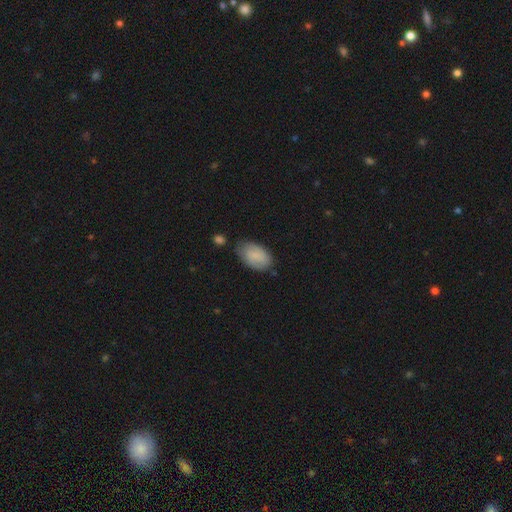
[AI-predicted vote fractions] Q: Smooth or featured?
A: smooth (78%); runner-up: featured or disk (16%)
Q: How rounded?
A: in between (92%); runner-up: round (6%)
Q: Merging?
A: none (67%); runner-up: minor disturbance (24%)